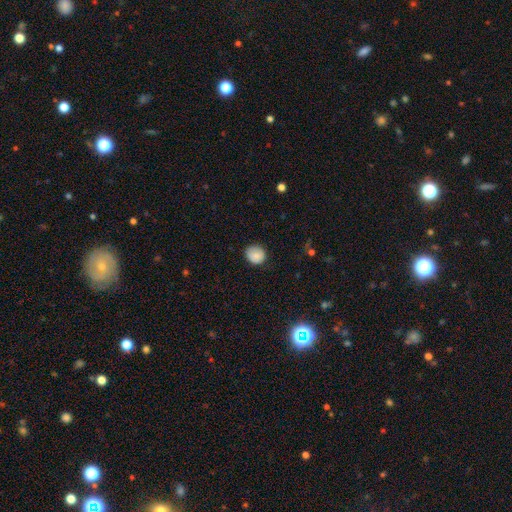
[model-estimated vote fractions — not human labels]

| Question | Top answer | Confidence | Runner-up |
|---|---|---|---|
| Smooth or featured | smooth | 84% | star or artifact (9%) |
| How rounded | round | 84% | in between (15%) |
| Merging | none | 81% | minor disturbance (15%) |